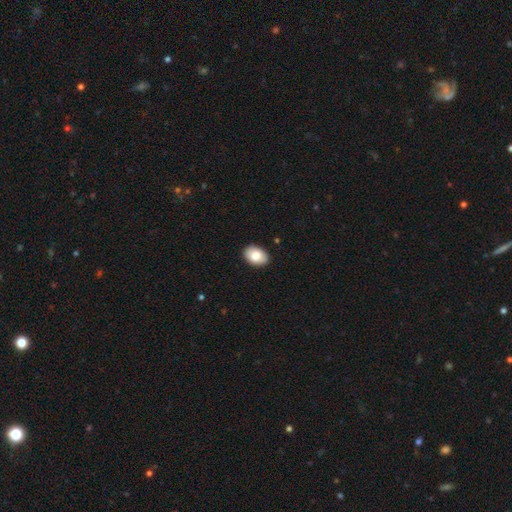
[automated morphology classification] smooth 82%, featured or disk 11%, star or artifact 7%. Down the decision tree: how rounded — in between (83%); merging — none (89%).